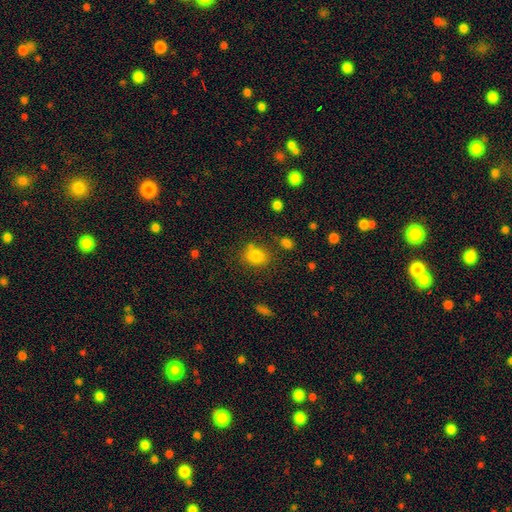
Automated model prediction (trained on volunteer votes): Q: Smooth or featured?
A: smooth (81%); runner-up: star or artifact (11%)
Q: How rounded?
A: round (52%); runner-up: in between (47%)
Q: Merging?
A: none (72%); runner-up: minor disturbance (15%)